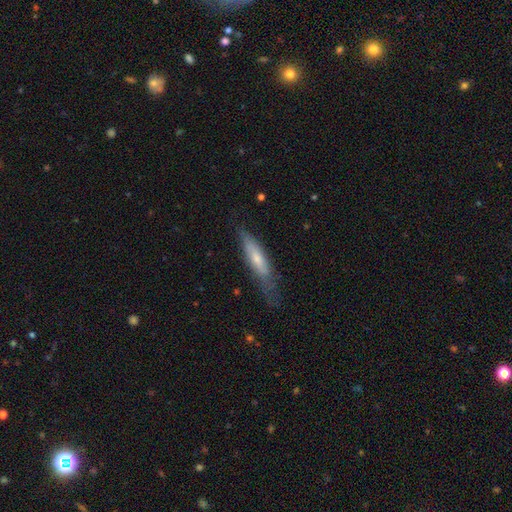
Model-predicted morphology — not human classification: This is possibly a smooth galaxy (49%). Merging: likely none (62%).